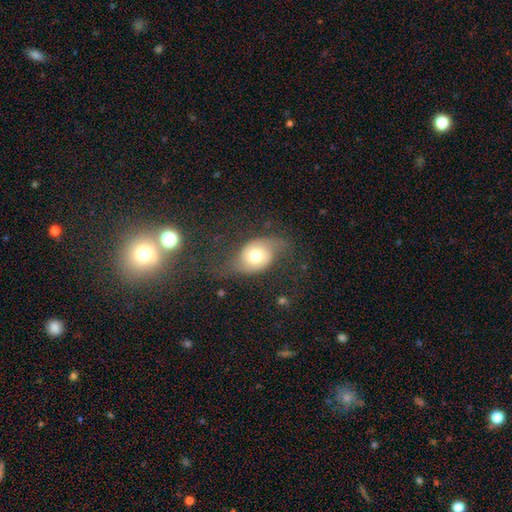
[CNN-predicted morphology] Overall: featured or disk (48%; smooth 44%). Merging: none (47%; minor disturbance 27%).